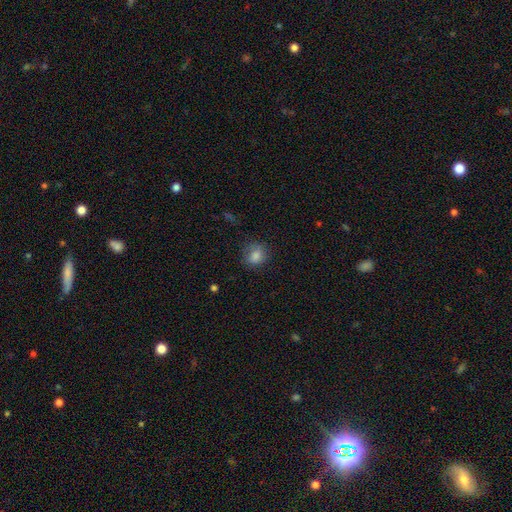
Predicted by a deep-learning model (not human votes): smooth-or-featured: smooth: 81% | star or artifact: 11% | featured or disk: 8%
  how-rounded: round: 68% | in between: 31% | cigar-shaped: 1%
  merging: none: 75% | minor disturbance: 18% | major disturbance: 6% | merger: 1%